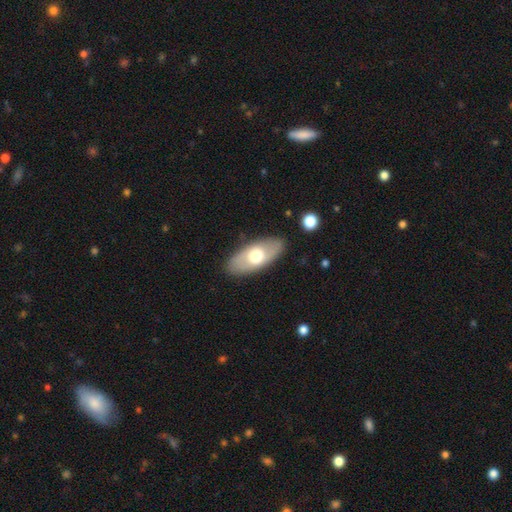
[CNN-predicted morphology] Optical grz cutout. It shows a smooth galaxy with no disk features (57%) that is in between round and cigar-shaped (89%). Merging: none (86%).